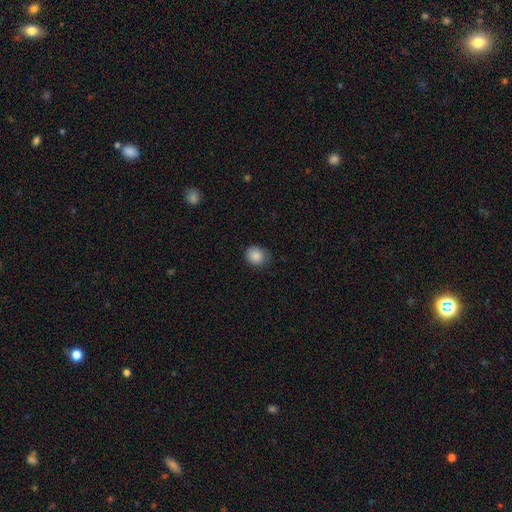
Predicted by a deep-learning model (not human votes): This is clearly a smooth galaxy (87%). How rounded: likely round (75%). Merging: likely none (78%).